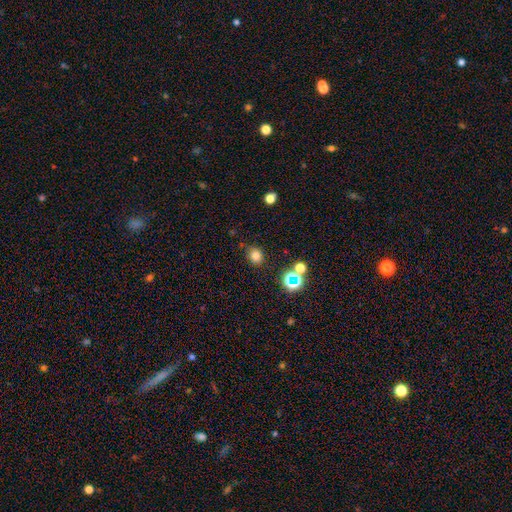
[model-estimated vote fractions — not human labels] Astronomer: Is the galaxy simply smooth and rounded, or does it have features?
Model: smooth — 77%.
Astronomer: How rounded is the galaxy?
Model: round — 67%.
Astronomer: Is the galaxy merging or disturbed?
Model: none — 80%.